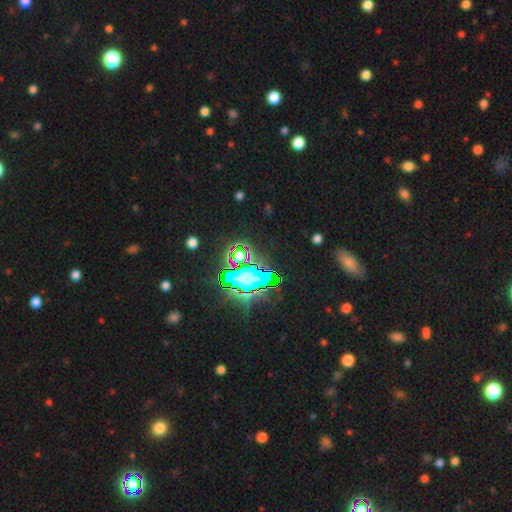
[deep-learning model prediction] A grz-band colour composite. It shows a star or artifact, not a galaxy (80%).